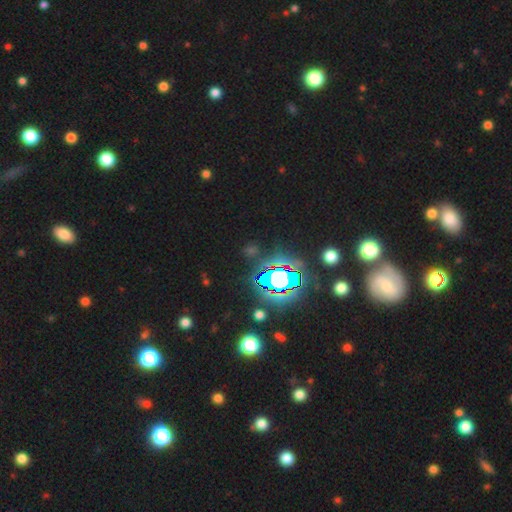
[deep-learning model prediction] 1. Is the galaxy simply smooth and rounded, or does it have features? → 75% star or artifact, 14% smooth, 11% featured or disk.